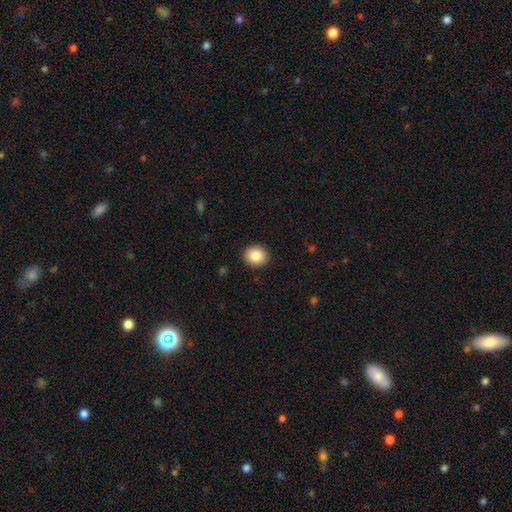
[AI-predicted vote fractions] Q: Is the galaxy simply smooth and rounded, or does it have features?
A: smooth — 85%.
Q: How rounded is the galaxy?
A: round — 82%.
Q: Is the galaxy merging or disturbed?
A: none — 91%.